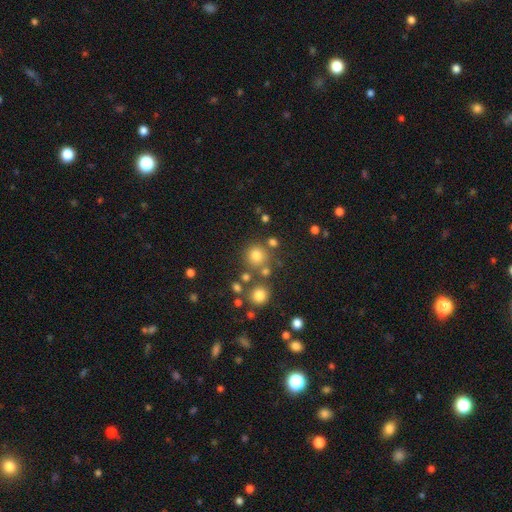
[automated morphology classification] Smooth or featured? Predicted: smooth (p=0.75). How rounded? Predicted: round (p=0.92). Merging? Predicted: none (p=0.76).